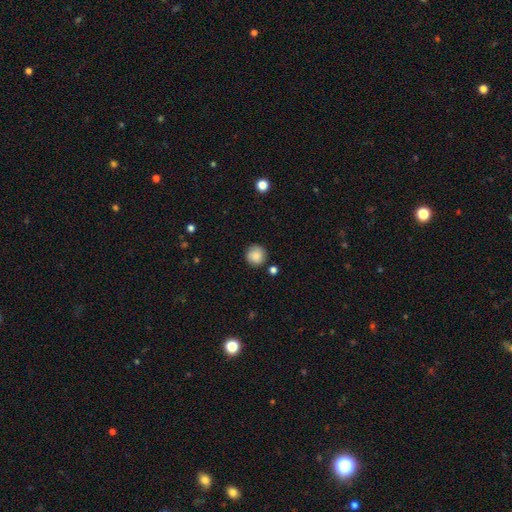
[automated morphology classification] Q: Smooth or featured?
A: smooth (82%); runner-up: featured or disk (9%)
Q: How rounded?
A: round (93%); runner-up: in between (6%)
Q: Merging?
A: none (84%); runner-up: minor disturbance (10%)